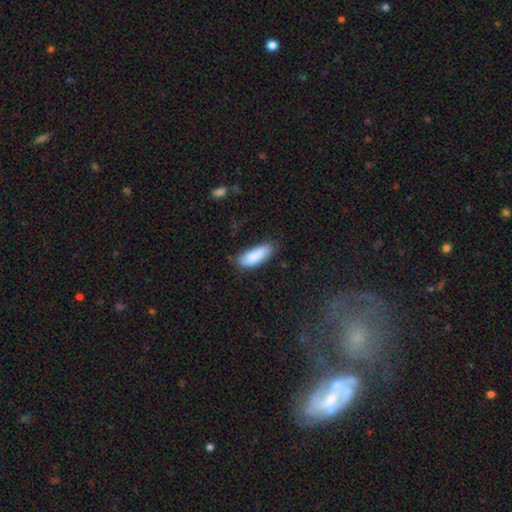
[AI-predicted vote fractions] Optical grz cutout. It shows a smooth galaxy with no disk features (87%) that is in between round and cigar-shaped (69%). Merging: none (75%).